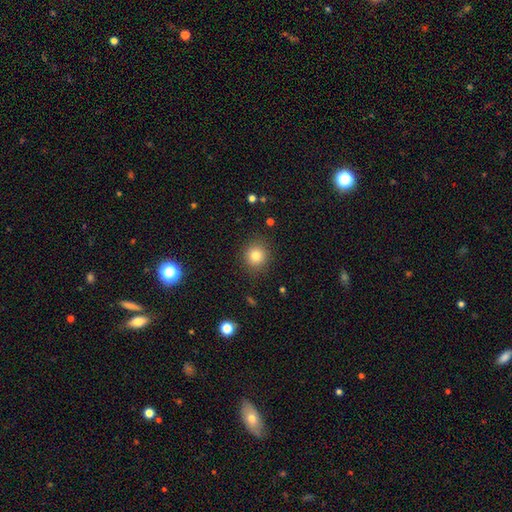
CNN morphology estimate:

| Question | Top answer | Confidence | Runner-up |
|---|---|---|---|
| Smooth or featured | smooth | 81% | star or artifact (12%) |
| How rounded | round | 90% | in between (9%) |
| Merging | none | 89% | minor disturbance (7%) |